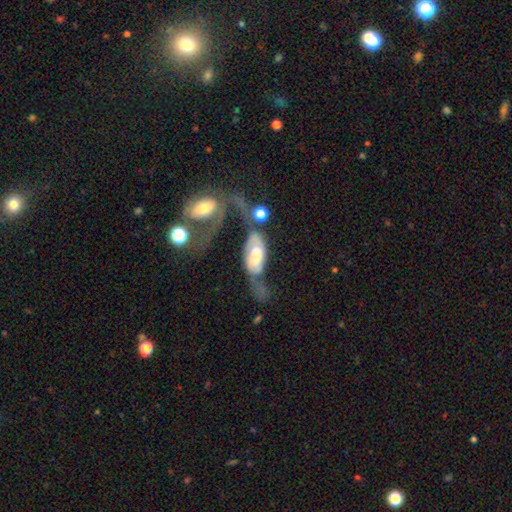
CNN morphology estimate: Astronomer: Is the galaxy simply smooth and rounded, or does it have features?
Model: featured or disk — 53% (runner-up: smooth, 41%).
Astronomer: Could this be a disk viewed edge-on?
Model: no — 86%.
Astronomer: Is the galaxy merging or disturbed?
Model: major disturbance — 33% (runner-up: merger, 30%).